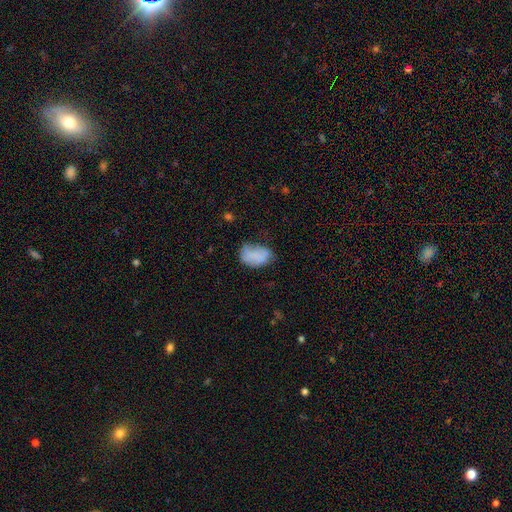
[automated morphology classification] smooth-or-featured: smooth: 74% | featured or disk: 17% | star or artifact: 9%
  how-rounded: in between: 84% | round: 15% | cigar-shaped: 1%
  merging: none: 42% | minor disturbance: 36% | major disturbance: 17% | merger: 5%